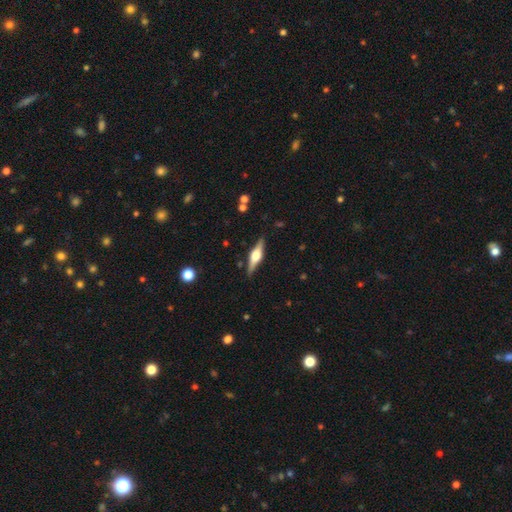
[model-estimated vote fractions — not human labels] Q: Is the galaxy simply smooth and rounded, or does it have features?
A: featured or disk — 74%.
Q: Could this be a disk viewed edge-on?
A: yes — 97%.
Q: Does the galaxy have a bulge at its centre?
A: rounded — 91%.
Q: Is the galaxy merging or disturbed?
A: none — 88%.